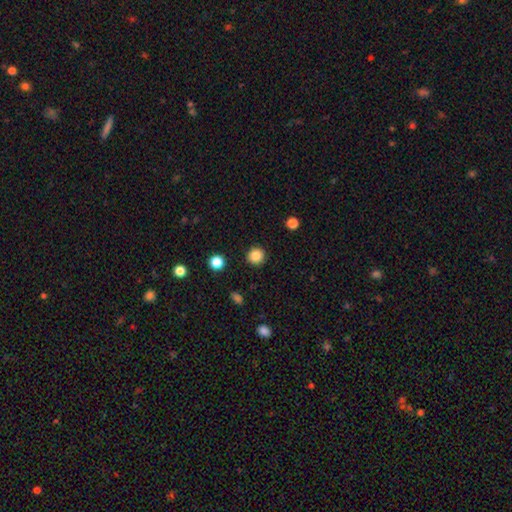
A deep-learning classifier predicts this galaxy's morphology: Overall: smooth (86%). How rounded: round (95%). Merging: none (92%).